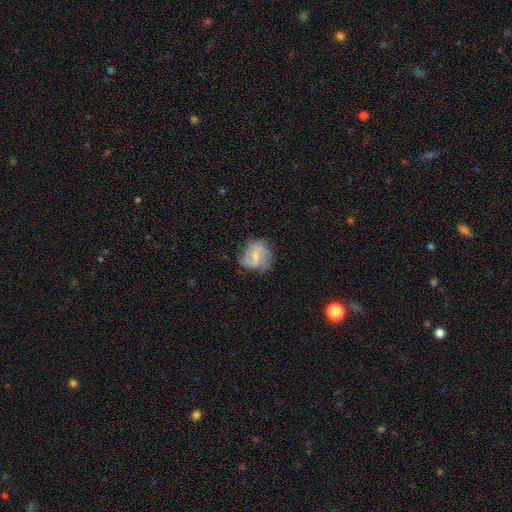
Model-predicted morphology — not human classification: A featured or disk galaxy (68%) with a weak bar (53%), 2 (51%) medium (47%) spiral arms (90%) and a small central bulge (55%).

Vote fractions:
- Smooth or featured? featured or disk: 68% / smooth: 25% / star or artifact: 7%
- Edge-on disk? no: 98% / yes: 2%
- Bar? weak: 53% / no: 35% / strong: 12%
- Spiral arms? yes: 90% / no: 10%
- Spiral winding? medium: 47% / loose: 28% / tight: 26%
- Spiral arm count? 2: 51% / 3: 19% / can't tell: 18% / 1: 5% / 4: 4% / more than 4: 3%
- Bulge size? small: 55% / moderate: 38% / none: 5% / large: 1% / dominant: 1%
- Merging? none: 64% / minor disturbance: 25% / major disturbance: 10% / merger: 1%